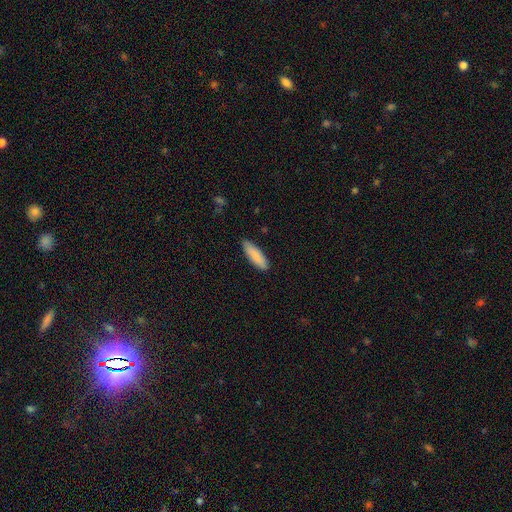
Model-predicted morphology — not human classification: Smooth or featured?
  - smooth: 85% *
  - featured or disk: 9%
  - star or artifact: 6%
How rounded?
  - cigar-shaped: 52% *
  - in between: 46%
  - round: 1%
Merging?
  - none: 85% *
  - minor disturbance: 12%
  - major disturbance: 2%
  - merger: 1%